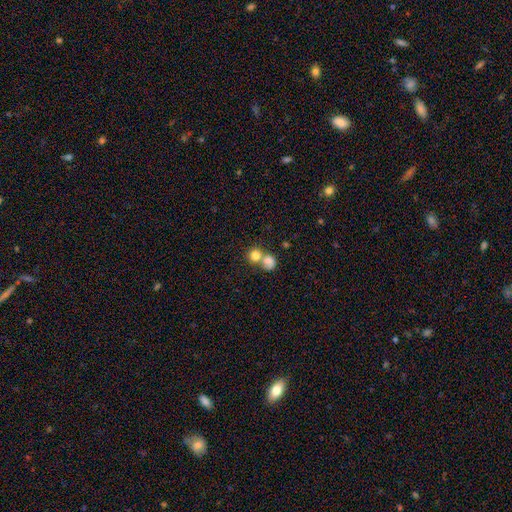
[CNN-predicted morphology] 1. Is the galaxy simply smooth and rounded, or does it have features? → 80% smooth, 11% featured or disk, 10% star or artifact.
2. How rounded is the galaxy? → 84% round, 15% in between, 1% cigar-shaped.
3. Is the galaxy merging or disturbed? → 54% merger, 37% none, 6% minor disturbance, 3% major disturbance.